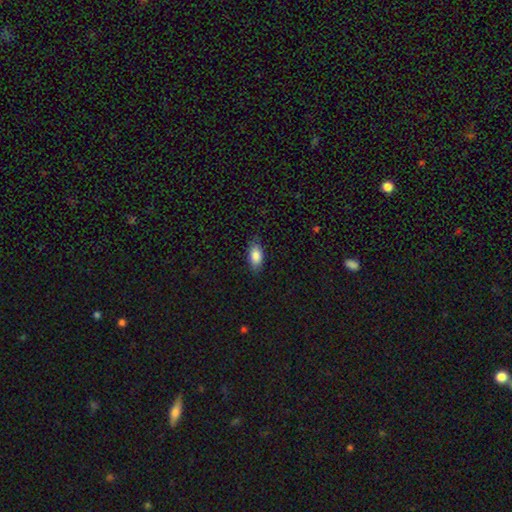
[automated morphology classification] A smooth galaxy with no disk features (85%) that is in between round and cigar-shaped (89%). Merging: none (81%).